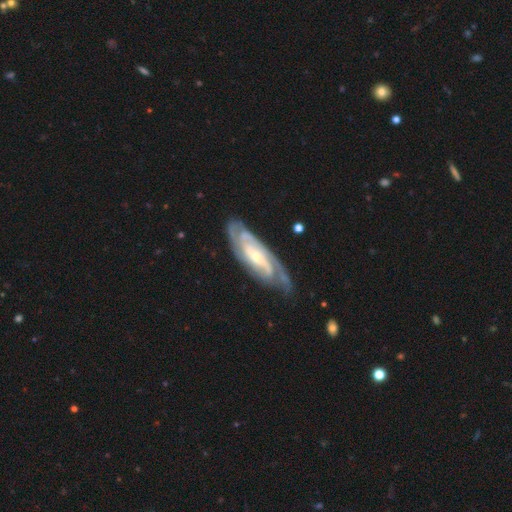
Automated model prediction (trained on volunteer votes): Overall: featured or disk (88%). Edge-on disk: no (90%). Bar: no (47%; weak 35%). Spiral arms: yes (97%). Spiral arm count: 2 (44%; can't tell 22%). Spiral winding: tight (62%; medium 32%). Bulge size: small (64%; moderate 32%). Merging: none (74%).